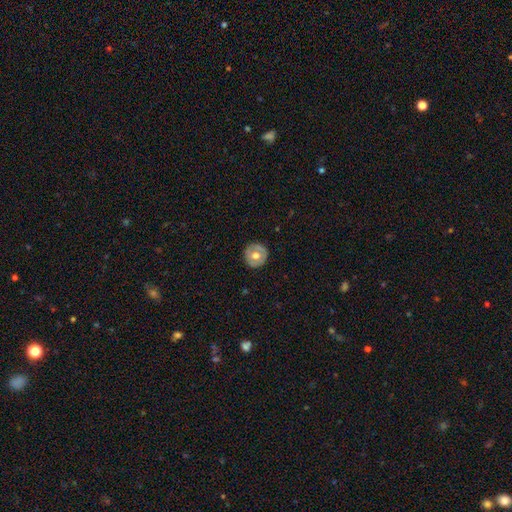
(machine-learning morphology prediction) Smooth or featured?
  - smooth: 52% *
  - featured or disk: 41%
  - star or artifact: 6%
How rounded?
  - round: 93% *
  - in between: 6%
  - cigar-shaped: 1%
Merging?
  - none: 87% *
  - minor disturbance: 9%
  - major disturbance: 2%
  - merger: 1%